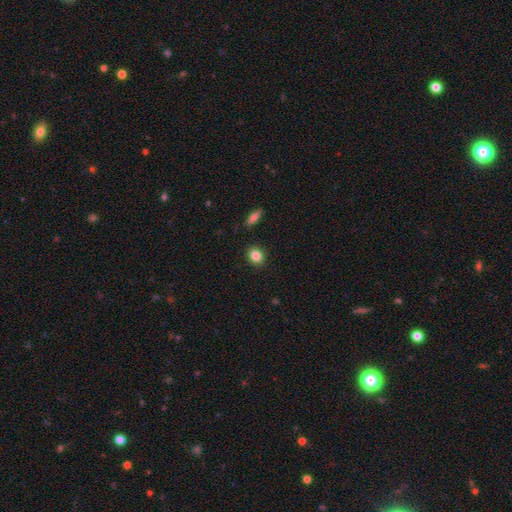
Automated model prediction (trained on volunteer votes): A smooth galaxy with no disk features (85%) that is round (58%). Merging: none (89%).